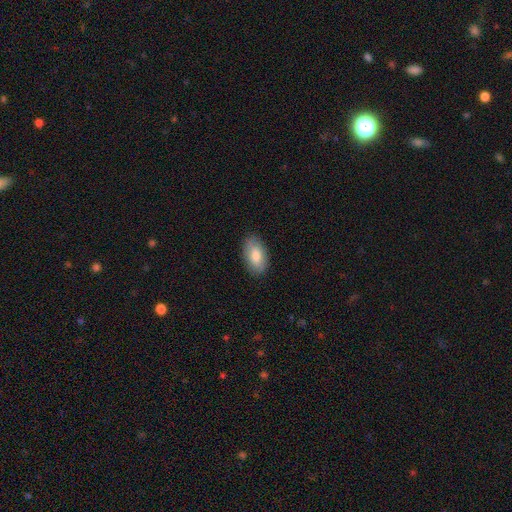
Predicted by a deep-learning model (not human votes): Morphology: type=smooth (77%); roundness=in between (93%); merging=none (85%).